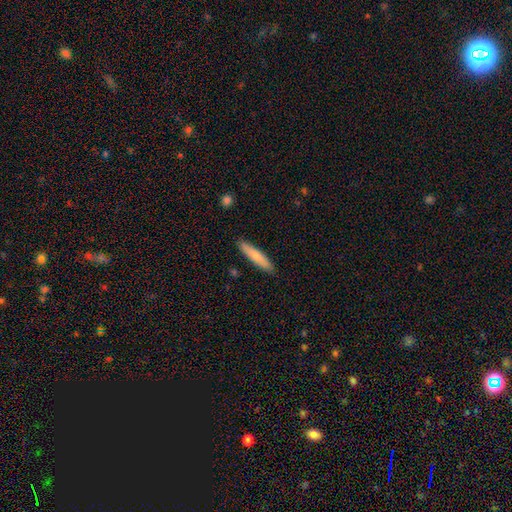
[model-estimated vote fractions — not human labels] smooth_or_featured: smooth (p=0.79) [alt: featured or disk p=0.15]
how_rounded: cigar-shaped (p=0.88) [alt: in between p=0.11]
merging: none (p=0.90) [alt: minor disturbance p=0.08]